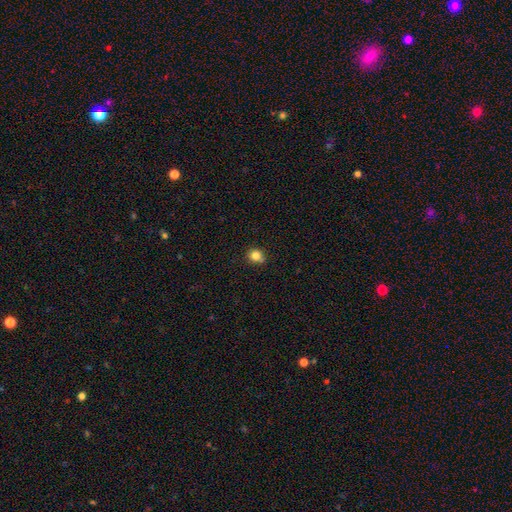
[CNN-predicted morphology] A smooth galaxy with no disk features (82%) that is round (84%). Merging: none (76%).